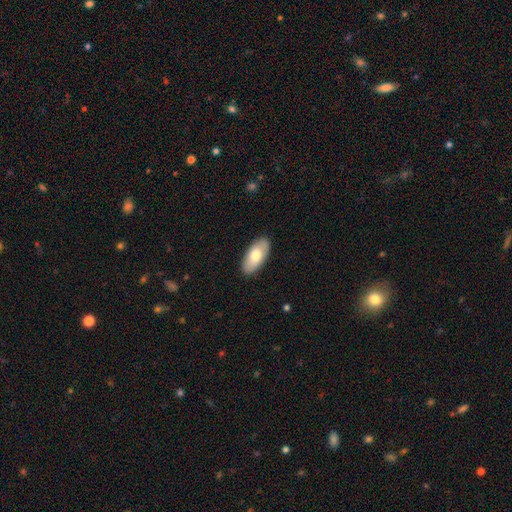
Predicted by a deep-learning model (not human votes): A smooth galaxy with no disk features (73%) that is in between round and cigar-shaped (92%).

Vote fractions:
- Smooth or featured? smooth: 73% / featured or disk: 22% / star or artifact: 5%
- How rounded? in between: 92% / cigar-shaped: 6% / round: 2%
- Merging? none: 89% / minor disturbance: 8% / major disturbance: 2% / merger: 1%